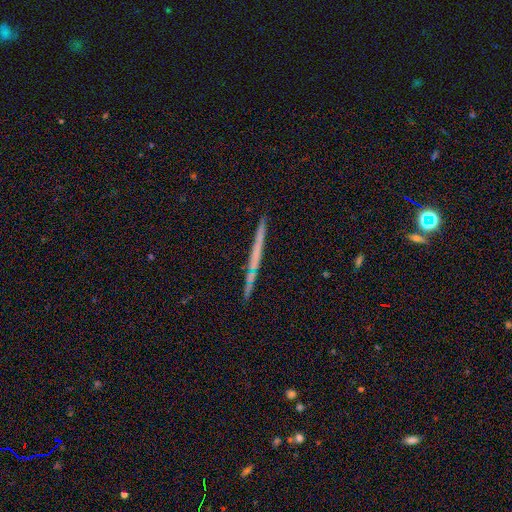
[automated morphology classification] A featured or disk galaxy (51%) viewed edge-on (96%). Merging: none (88%).